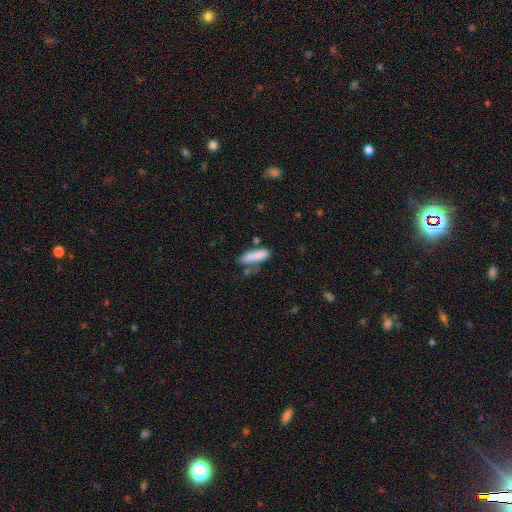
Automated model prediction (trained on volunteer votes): smooth 84%, featured or disk 9%, star or artifact 7%. Down the decision tree: how rounded — cigar-shaped (55%); merging — none (58%).